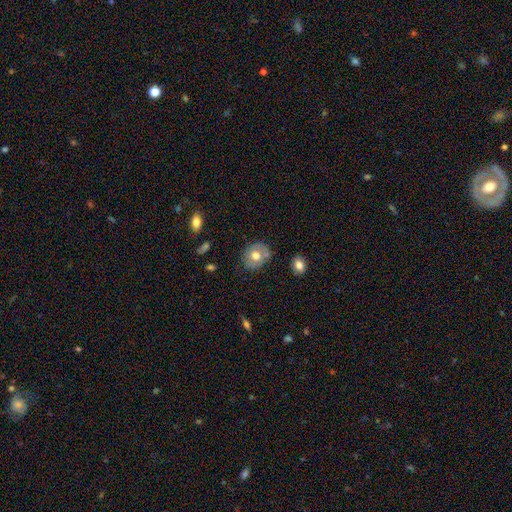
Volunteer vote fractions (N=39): smooth-or-featured: smooth: 59% | featured or disk: 33% | star or artifact: 8%
  how-rounded: round: 87% | in between: 13% | cigar-shaped: 0%
  merging: none: 69% | minor disturbance: 22% | major disturbance: 6% | merger: 3%